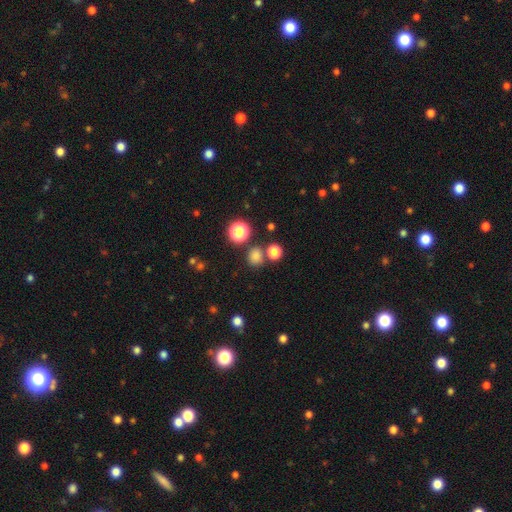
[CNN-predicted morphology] A smooth galaxy with no disk features (76%) that is round (81%).

Vote fractions:
- Smooth or featured? smooth: 76% / star or artifact: 20% / featured or disk: 4%
- How rounded? round: 81% / in between: 18% / cigar-shaped: 1%
- Merging? none: 75% / merger: 13% / minor disturbance: 9% / major disturbance: 4%